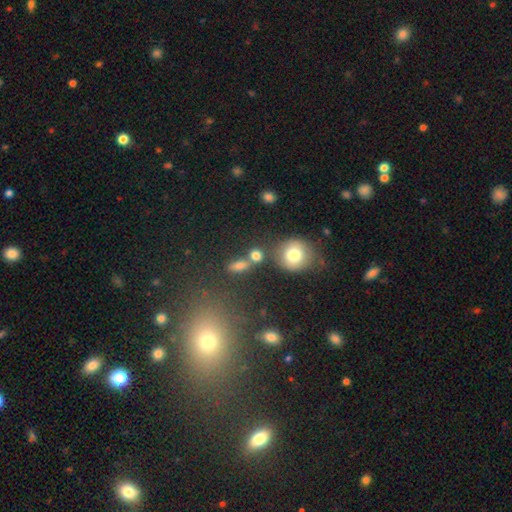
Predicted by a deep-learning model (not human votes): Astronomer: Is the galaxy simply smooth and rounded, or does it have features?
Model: smooth — 75%.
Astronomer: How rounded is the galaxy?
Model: round — 63%.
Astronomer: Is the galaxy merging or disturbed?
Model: none — 56%.